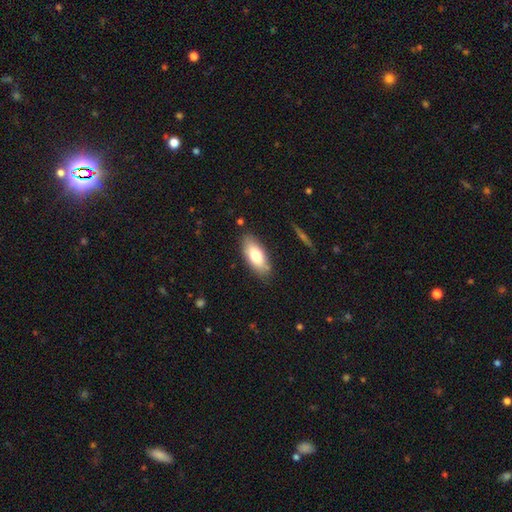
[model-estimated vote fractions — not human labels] smooth 73%, featured or disk 20%, star or artifact 7%. Down the decision tree: how rounded — in between (82%); merging — none (83%).